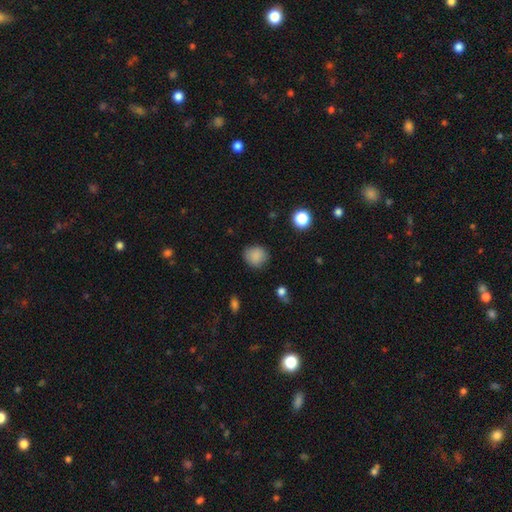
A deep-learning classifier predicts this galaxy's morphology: A smooth galaxy with no disk features (86%) that is round (79%).

Vote fractions:
- Smooth or featured? smooth: 86% / star or artifact: 10% / featured or disk: 5%
- How rounded? round: 79% / in between: 20% / cigar-shaped: 1%
- Merging? none: 82% / minor disturbance: 13% / major disturbance: 4% / merger: 2%